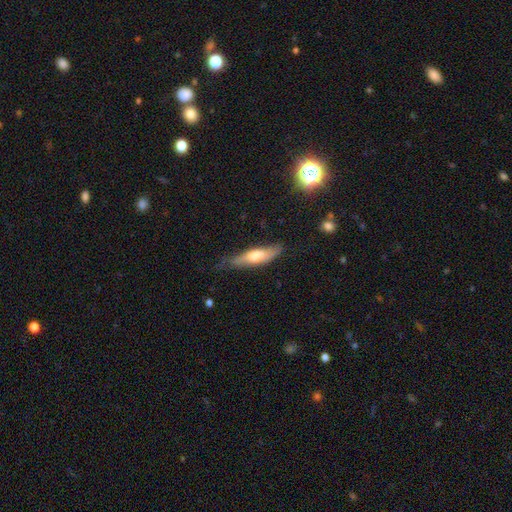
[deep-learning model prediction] Smooth or featured: smooth — 59% (featured or disk — 36%)
How rounded: cigar-shaped — 66% (in between — 32%)
Merging: none — 62% (minor disturbance — 29%)